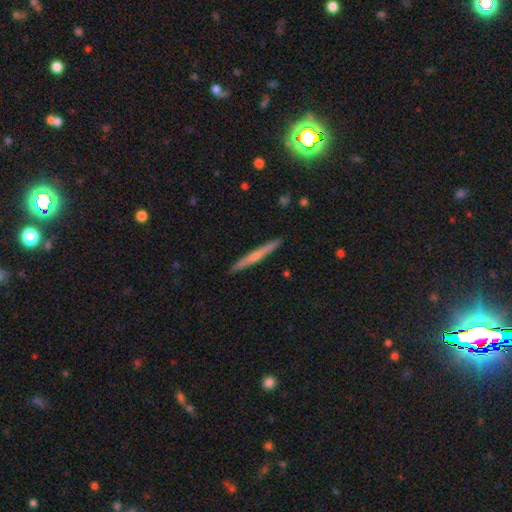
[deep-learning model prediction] smooth_or_featured: featured or disk (p=0.48) [alt: smooth p=0.46]
merging: none (p=0.92) [alt: minor disturbance p=0.06]